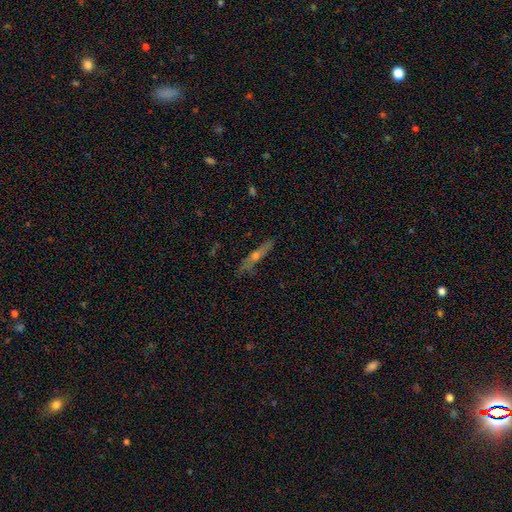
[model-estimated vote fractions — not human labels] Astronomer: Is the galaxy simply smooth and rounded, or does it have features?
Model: featured or disk — 60%.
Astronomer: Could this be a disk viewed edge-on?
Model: yes — 91%.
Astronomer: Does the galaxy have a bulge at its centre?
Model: rounded — 83%.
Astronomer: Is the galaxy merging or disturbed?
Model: none — 83%.